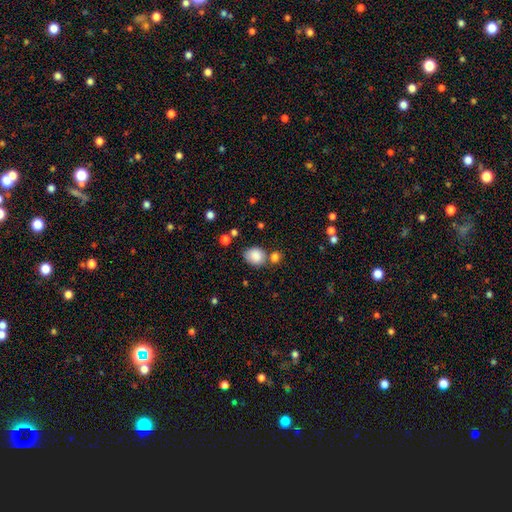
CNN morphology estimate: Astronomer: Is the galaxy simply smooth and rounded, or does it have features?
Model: smooth — 86%.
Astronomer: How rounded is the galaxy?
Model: round — 59% (runner-up: in between, 40%).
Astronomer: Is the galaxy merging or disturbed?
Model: none — 59%.